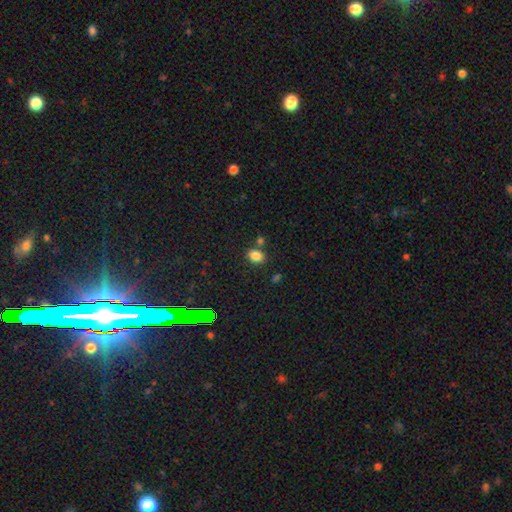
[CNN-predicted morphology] The model was most divided on "how rounded": in between: 53%, round: 46%, cigar-shaped: 1%. More confident: smooth or featured — smooth (82%); merging — none (73%).